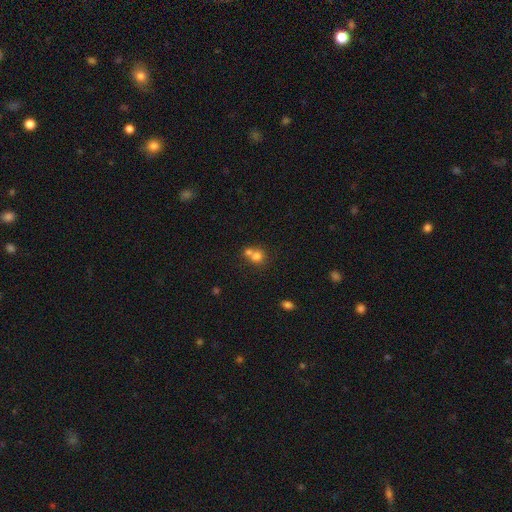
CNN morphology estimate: type=smooth (74%); roundness=round (81%); merging=merger (53%).